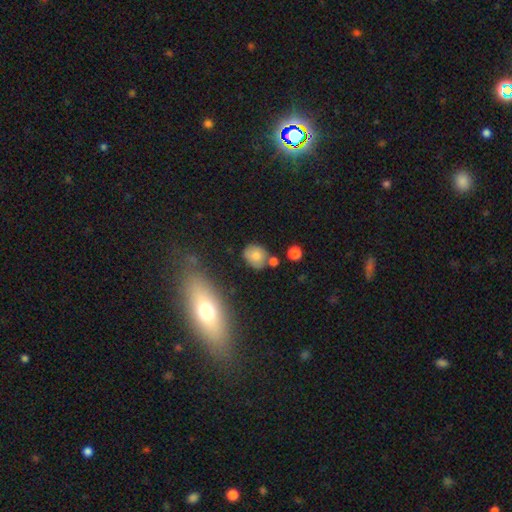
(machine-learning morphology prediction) This appears to be a smooth galaxy with no disk features (72%) that is round (59%). Merging: none (63%).